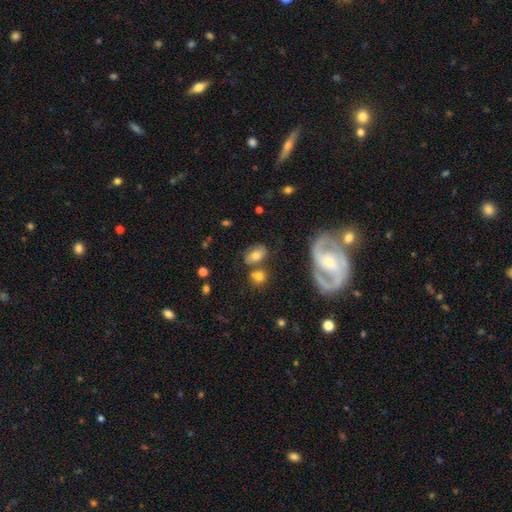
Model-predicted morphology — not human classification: smooth 62%, featured or disk 27%, star or artifact 11%. Down the decision tree: how rounded — in between (82%); merging — none (57%).